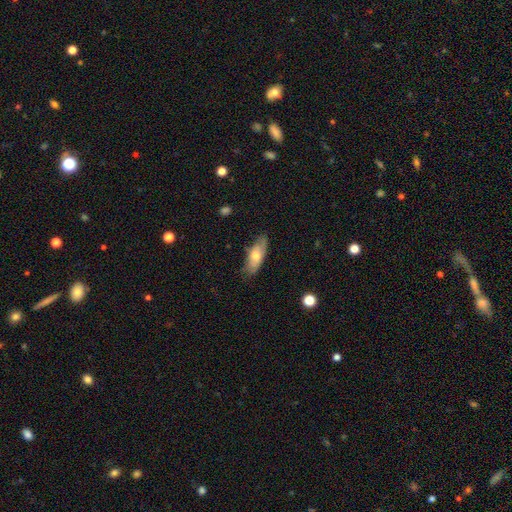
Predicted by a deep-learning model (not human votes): Smooth or featured: smooth — 65% (featured or disk — 29%)
How rounded: in between — 71% (cigar-shaped — 27%)
Merging: none — 72% (minor disturbance — 22%)